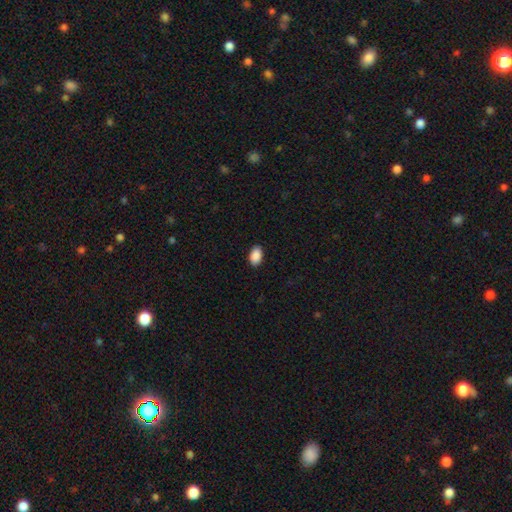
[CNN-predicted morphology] A smooth galaxy with no disk features (90%) that is in between round and cigar-shaped (92%). Merging: none (88%).